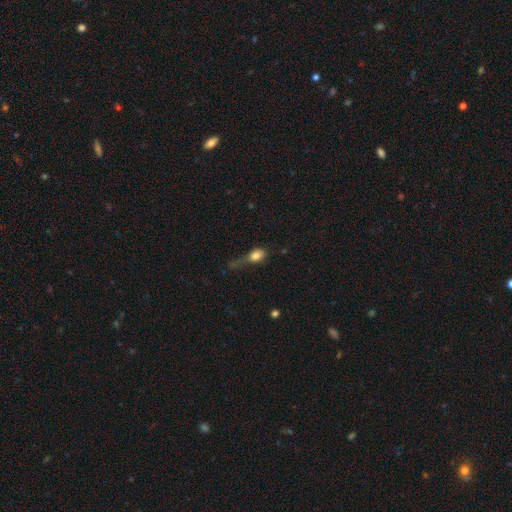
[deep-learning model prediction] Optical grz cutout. It shows a smooth galaxy with no disk features (78%) that is in between round and cigar-shaped (68%). Merging: major disturbance (41%).